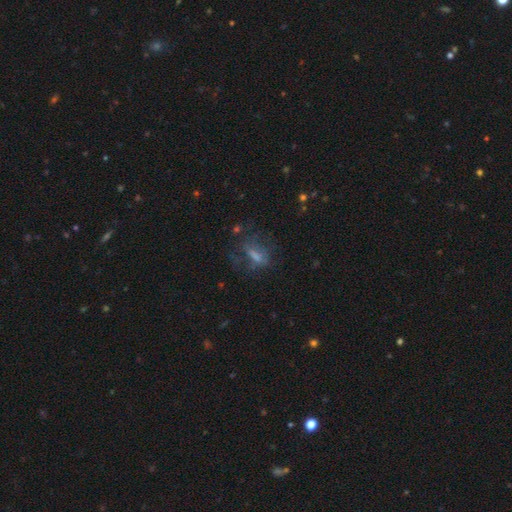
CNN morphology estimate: Smooth or featured?
  - smooth: 51% *
  - featured or disk: 31%
  - star or artifact: 18%
How rounded?
  - in between: 63% *
  - cigar-shaped: 26%
  - round: 11%
Merging?
  - none: 48% *
  - major disturbance: 27%
  - minor disturbance: 21%
  - merger: 3%